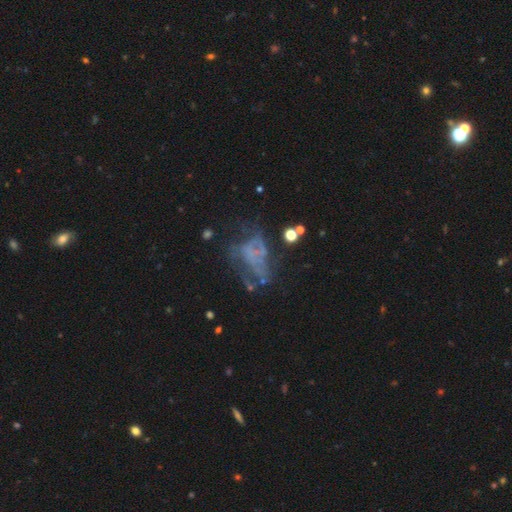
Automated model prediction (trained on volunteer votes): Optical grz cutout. It shows a featured or disk galaxy (57%) with no bar (88%), no spiral arms (81%) and no central bulge (83%). Merging: major disturbance (42%).